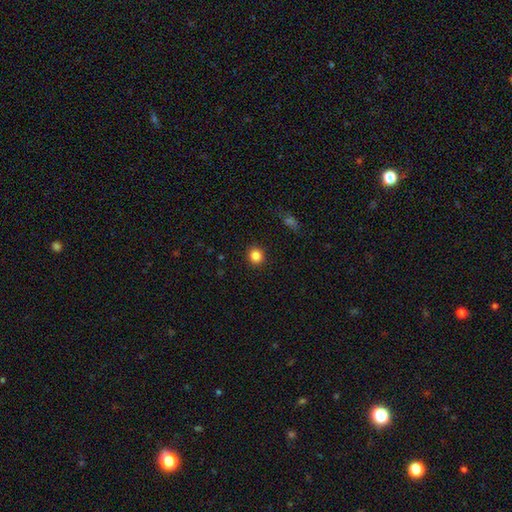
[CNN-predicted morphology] This appears to be a smooth galaxy with no disk features (85%) that is round (87%). Merging: none (91%).